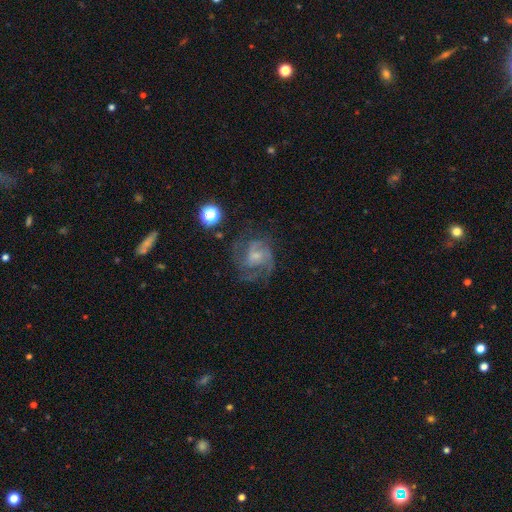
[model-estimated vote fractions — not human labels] smooth_or_featured: featured or disk (p=0.77) [alt: smooth p=0.14]
disk_edge_on: no (p=0.98) [alt: yes p=0.02]
bar: no (p=0.53) [alt: weak p=0.41]
has_spiral_arms: yes (p=0.91) [alt: no p=0.09]
spiral_winding: medium (p=0.48) [alt: tight p=0.36]
spiral_arm_count: 3 (p=0.32) [alt: can't tell p=0.27]
bulge_size: small (p=0.56) [alt: moderate p=0.28]
merging: none (p=0.57) [alt: major disturbance p=0.21]